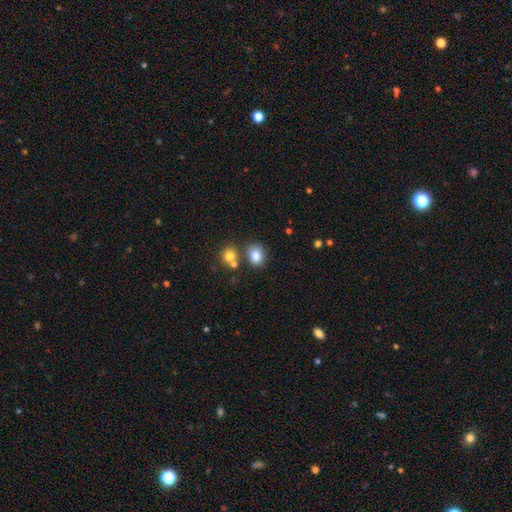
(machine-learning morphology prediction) smooth-or-featured: smooth: 82% | star or artifact: 11% | featured or disk: 7%
  how-rounded: round: 51% | in between: 48% | cigar-shaped: 1%
  merging: none: 69% | merger: 15% | minor disturbance: 12% | major disturbance: 4%